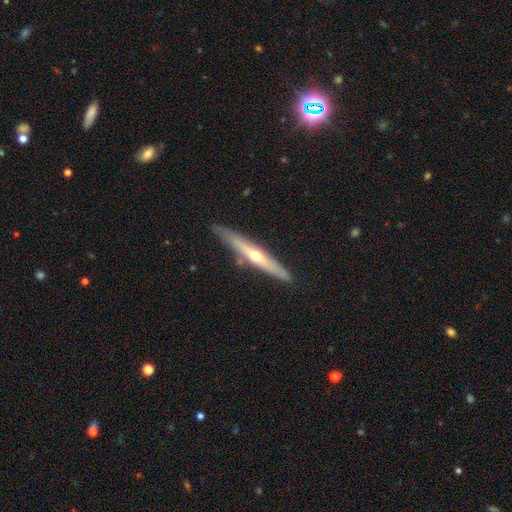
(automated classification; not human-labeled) Smooth or featured? Predicted: featured or disk (p=0.64). Edge-on disk? Predicted: yes (p=0.93). Edge-on bulge? Predicted: rounded (p=0.85). Merging? Predicted: none (p=0.83).